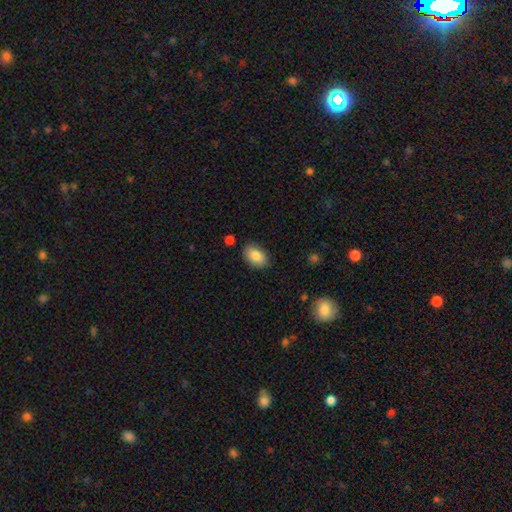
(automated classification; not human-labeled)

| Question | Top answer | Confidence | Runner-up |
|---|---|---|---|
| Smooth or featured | smooth | 85% | featured or disk (8%) |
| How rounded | in between | 88% | round (11%) |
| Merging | none | 84% | minor disturbance (12%) |